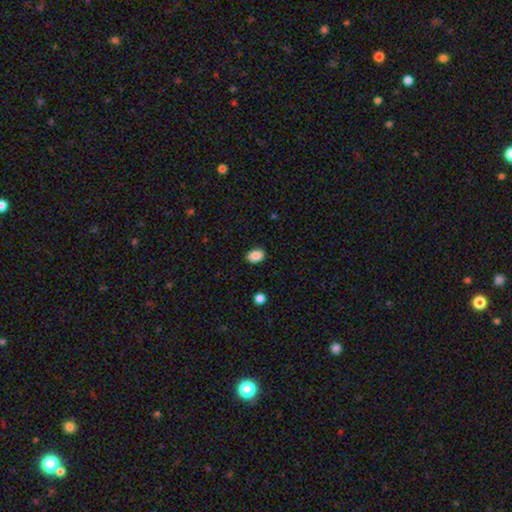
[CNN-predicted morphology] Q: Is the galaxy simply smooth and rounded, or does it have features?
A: smooth — 89%.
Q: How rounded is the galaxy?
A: in between — 82%.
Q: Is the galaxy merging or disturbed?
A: none — 87%.